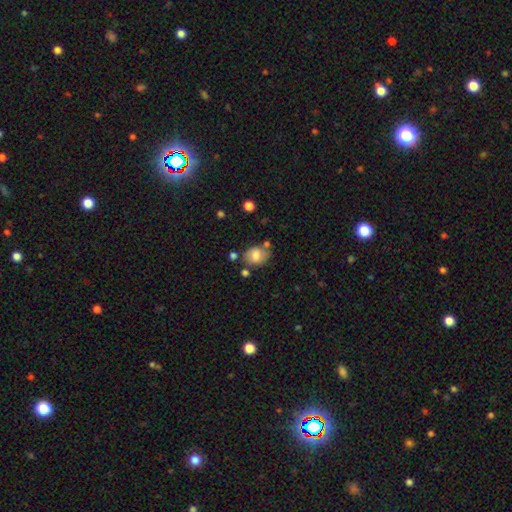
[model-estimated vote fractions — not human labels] Smooth or featured? smooth (76%)
How rounded? round (55%)
Merging? none (64%)